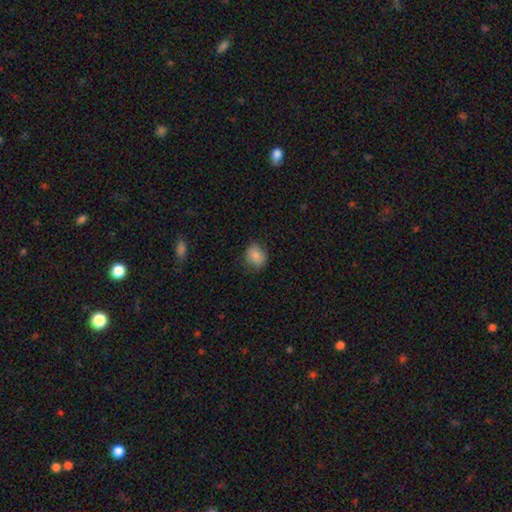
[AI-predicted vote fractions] smooth-or-featured: smooth: 85% | star or artifact: 8% | featured or disk: 7%
  how-rounded: round: 62% | in between: 37% | cigar-shaped: 1%
  merging: none: 75% | minor disturbance: 20% | major disturbance: 5% | merger: 1%